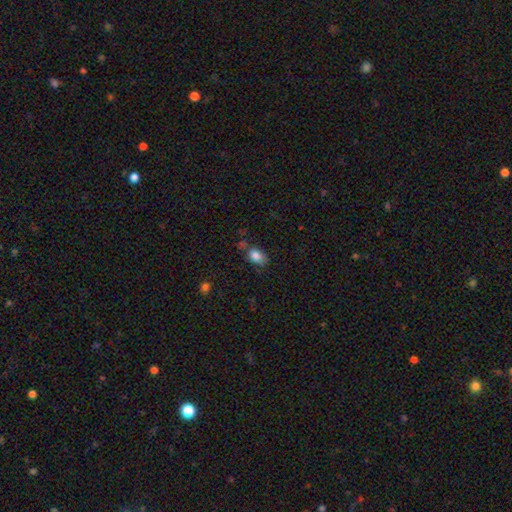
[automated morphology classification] Overall: smooth (85%). How rounded: in between (85%). Merging: none (64%).